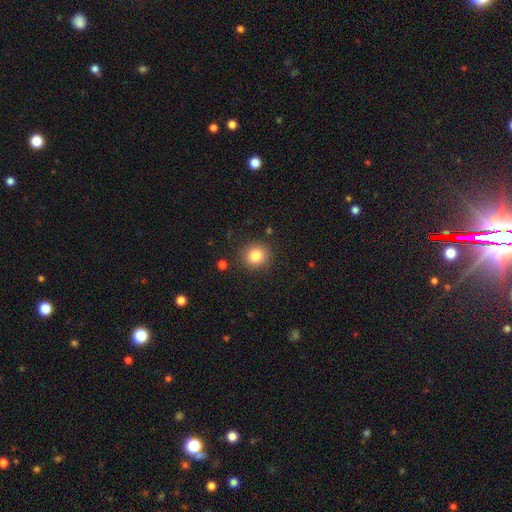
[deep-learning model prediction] Smooth or featured? smooth (82%)
How rounded? round (89%)
Merging? none (88%)